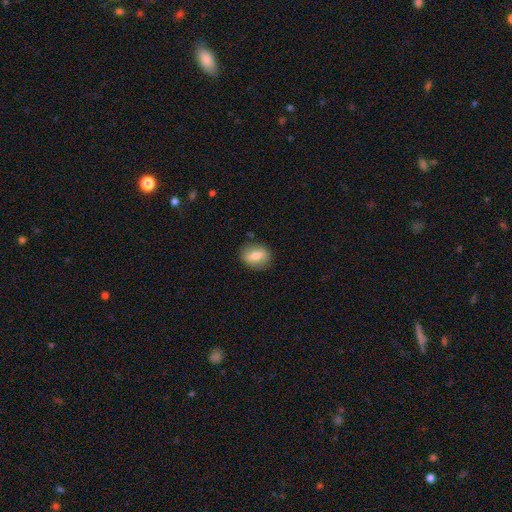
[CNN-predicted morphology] A smooth galaxy with no disk features (68%) that is round (49%). Merging: none (85%).